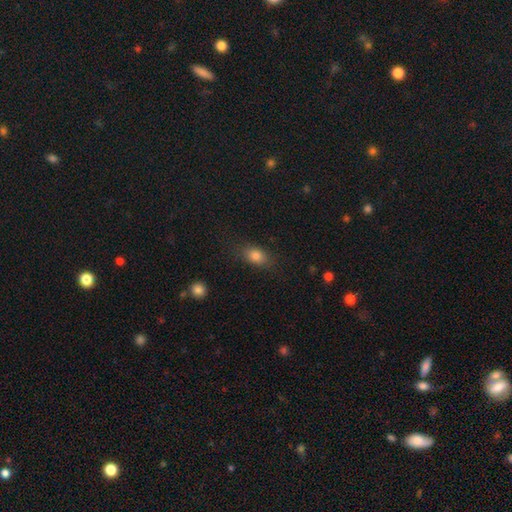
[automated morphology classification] Overall: smooth (82%). How rounded: in between (78%). Merging: none (78%).